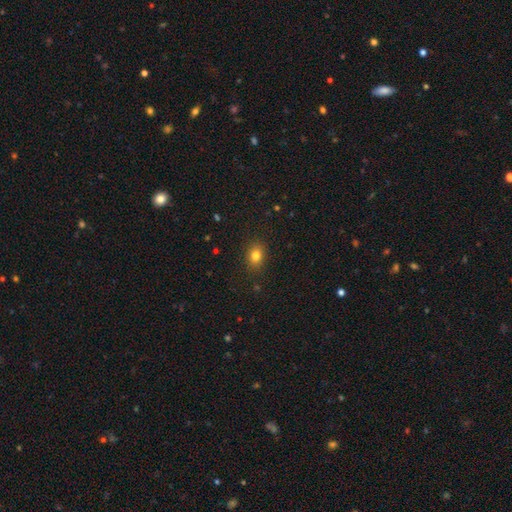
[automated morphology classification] smooth 80%, star or artifact 13%, featured or disk 7%. Down the decision tree: how rounded — in between (55%); merging — none (87%).